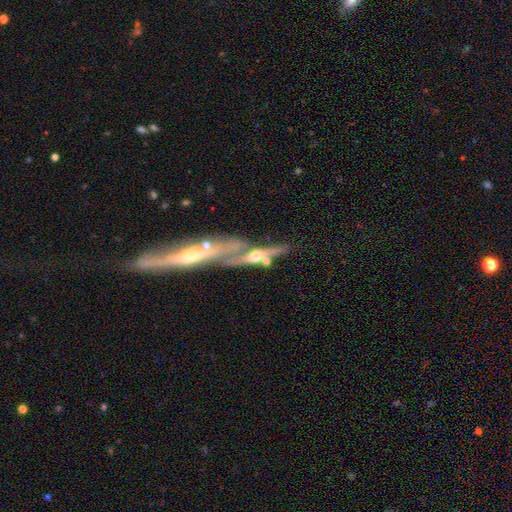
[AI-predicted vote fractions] The model was most divided on "merging": merger: 47%, none: 28%, minor disturbance: 13%, major disturbance: 12%. More confident: edge-on disk — yes (73%); smooth or featured — featured or disk (66%).